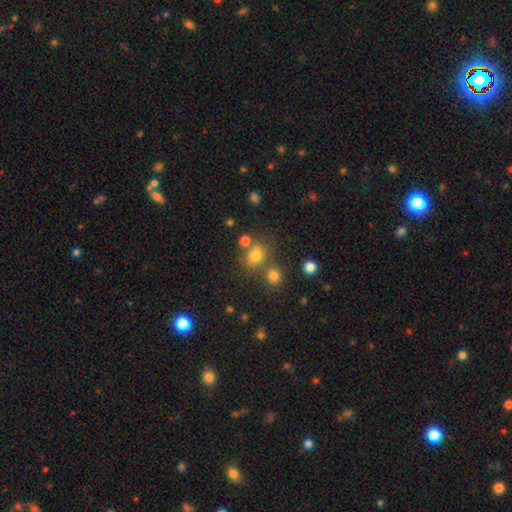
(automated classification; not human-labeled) smooth 71%, star or artifact 18%, featured or disk 11%. Down the decision tree: how rounded — round (59%); merging — none (55%).